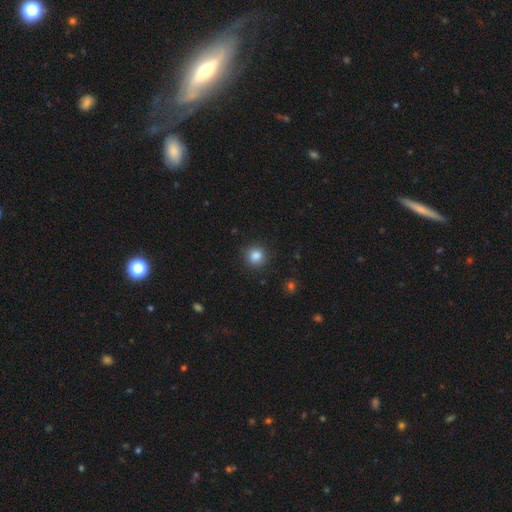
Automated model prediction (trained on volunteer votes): smooth_or_featured: smooth (p=0.85) [alt: star or artifact p=0.11]
how_rounded: round (p=0.89) [alt: in between p=0.10]
merging: none (p=0.87) [alt: minor disturbance p=0.09]